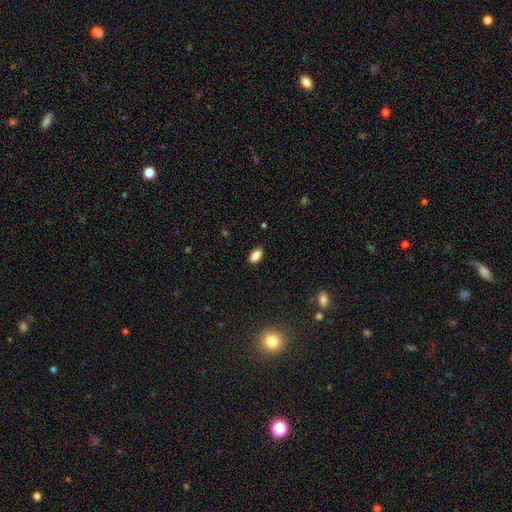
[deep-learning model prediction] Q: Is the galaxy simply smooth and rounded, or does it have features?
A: smooth — 87%.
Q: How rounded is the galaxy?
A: in between — 92%.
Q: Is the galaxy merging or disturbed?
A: none — 88%.